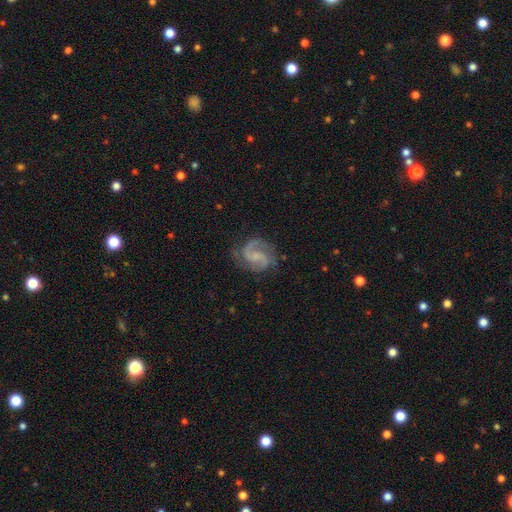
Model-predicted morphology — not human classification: This is clearly a featured or disk galaxy (88%). It is clearly not viewed edge-on (98%). Bar: possibly weak (46%). Spiral arm pattern: clearly yes (98%). Spiral arm count: clearly 2 (90%). Spiral winding: possibly medium (58%). Central bulge: marginally small (42%). Merging: likely none (77%).